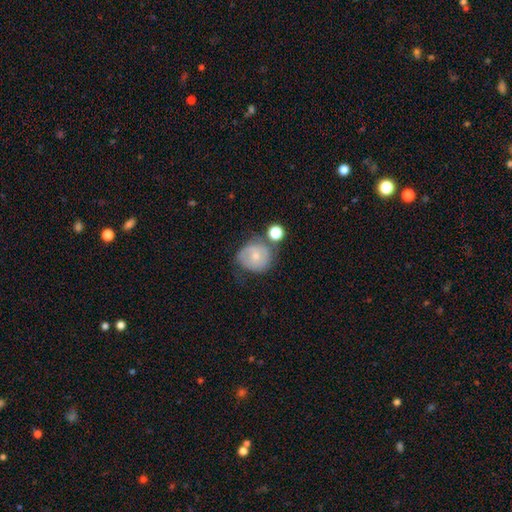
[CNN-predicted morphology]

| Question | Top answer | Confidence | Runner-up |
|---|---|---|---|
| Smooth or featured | smooth | 59% | featured or disk (32%) |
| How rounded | round | 80% | in between (19%) |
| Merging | none | 45% | minor disturbance (26%) |